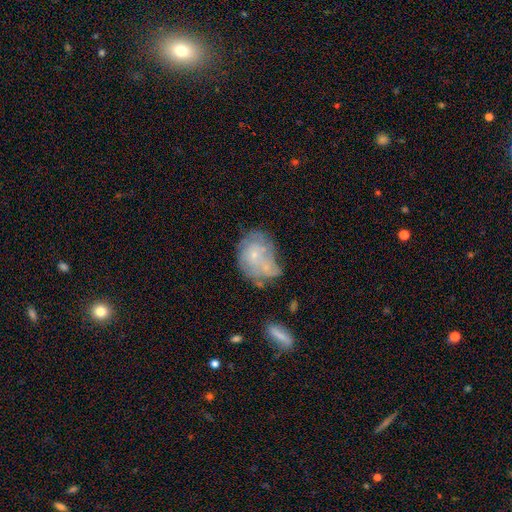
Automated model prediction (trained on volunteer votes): This is possibly a featured or disk galaxy (53%). It is clearly not viewed edge-on (97%). Bar: clearly no (83%). Spiral arm pattern: possibly yes (53%). Central bulge: likely small (77%). Merging: marginally none (32%).